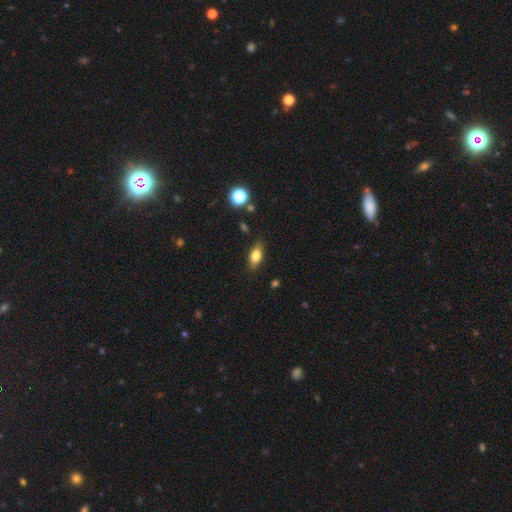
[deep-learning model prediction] smooth 78%, featured or disk 13%, star or artifact 9%. Down the decision tree: how rounded — in between (84%); merging — none (82%).